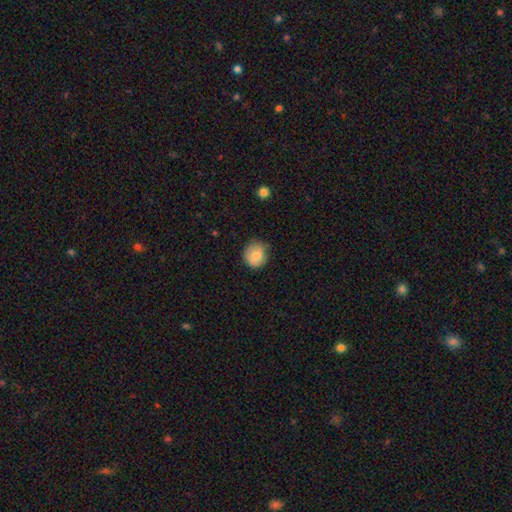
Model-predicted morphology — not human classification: Smooth or featured: smooth — 81% (featured or disk — 11%)
How rounded: round — 85% (in between — 14%)
Merging: none — 77% (minor disturbance — 18%)